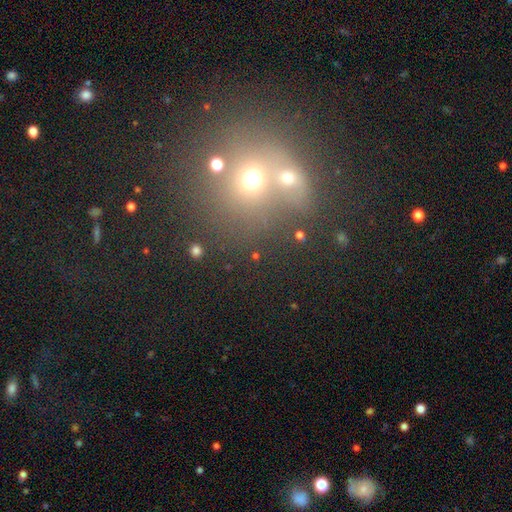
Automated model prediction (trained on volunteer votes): smooth 50%, star or artifact 37%, featured or disk 13%. Down the decision tree: how rounded — round (75%); merging — none (55%).